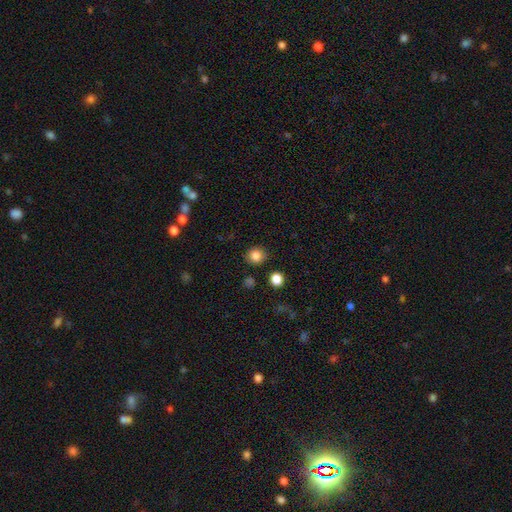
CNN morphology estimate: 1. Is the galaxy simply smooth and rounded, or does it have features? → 84% smooth, 11% star or artifact, 4% featured or disk.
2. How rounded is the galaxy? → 87% round, 12% in between, 1% cigar-shaped.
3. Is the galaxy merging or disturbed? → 88% none, 7% minor disturbance, 2% merger, 2% major disturbance.